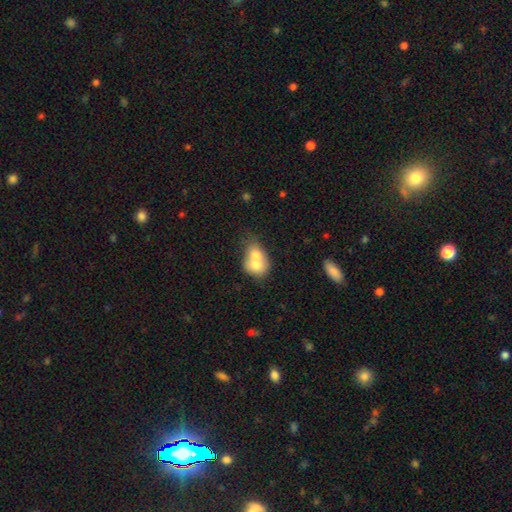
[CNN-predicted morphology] smooth 67%, featured or disk 25%, star or artifact 8%. Down the decision tree: how rounded — in between (50%); merging — merger (75%).